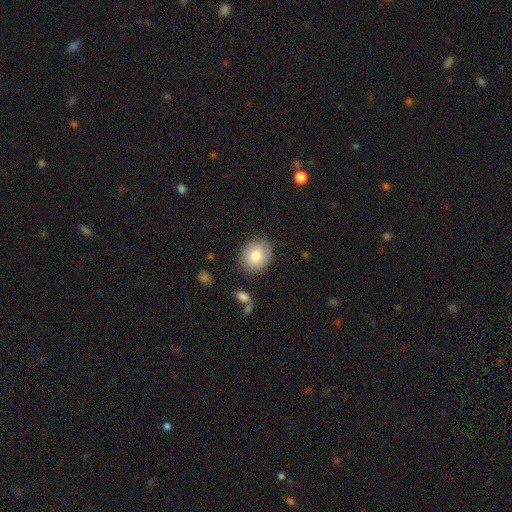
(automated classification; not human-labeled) This is likely a smooth galaxy (76%). How rounded: likely round (68%). Merging: clearly none (83%).